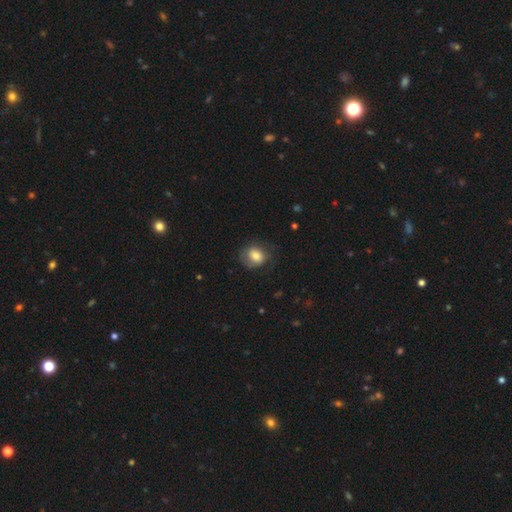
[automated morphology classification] smooth_or_featured: smooth (p=0.72) [alt: featured or disk p=0.19]
how_rounded: round (p=0.59) [alt: in between p=0.40]
merging: none (p=0.64) [alt: minor disturbance p=0.23]